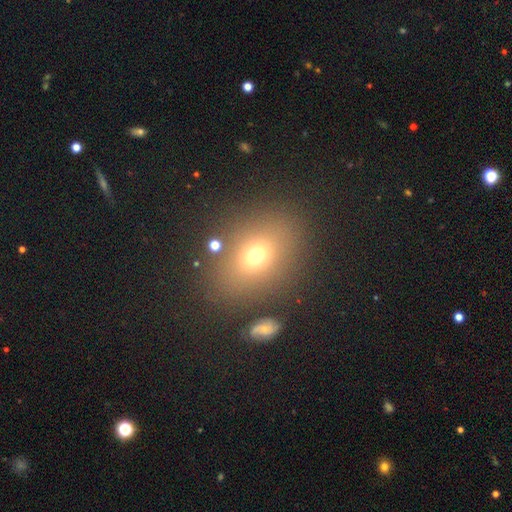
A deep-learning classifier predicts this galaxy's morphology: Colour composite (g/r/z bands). It shows a smooth galaxy with no disk features (70%) that is in between round and cigar-shaped (60%). Merging: none (79%).